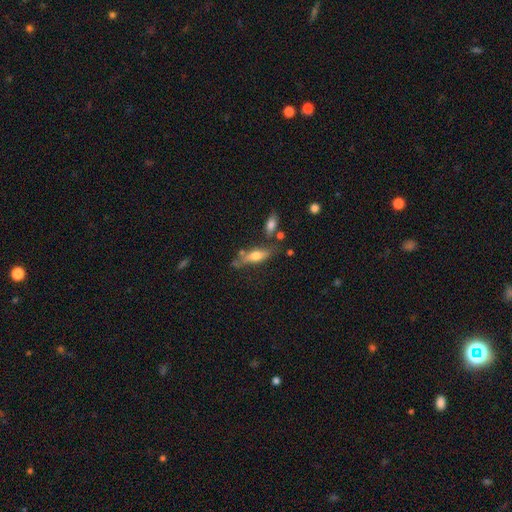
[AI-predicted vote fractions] Smooth or featured? smooth (60%)
How rounded? in between (54%)
Merging? none (59%)